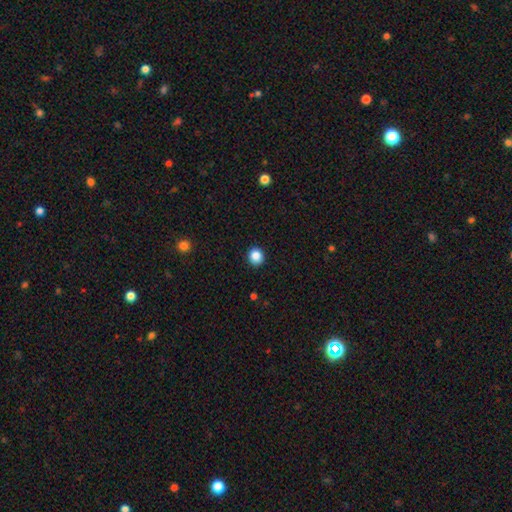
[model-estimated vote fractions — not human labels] smooth 86%, star or artifact 10%, featured or disk 4%. Down the decision tree: how rounded — round (86%); merging — none (92%).